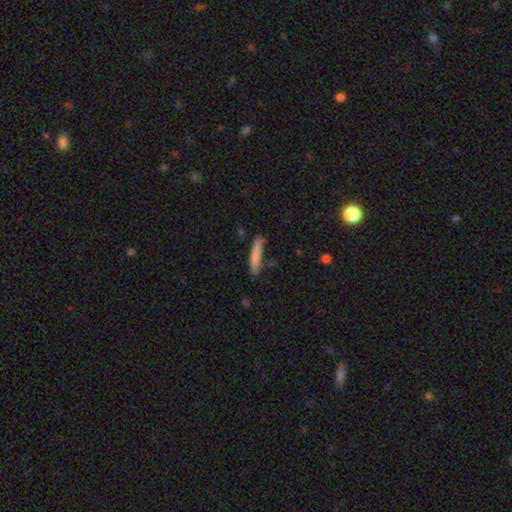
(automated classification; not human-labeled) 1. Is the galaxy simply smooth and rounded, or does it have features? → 80% smooth, 14% featured or disk, 6% star or artifact.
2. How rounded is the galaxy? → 90% cigar-shaped, 8% in between, 1% round.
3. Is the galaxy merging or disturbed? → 80% none, 15% minor disturbance, 3% merger, 3% major disturbance.